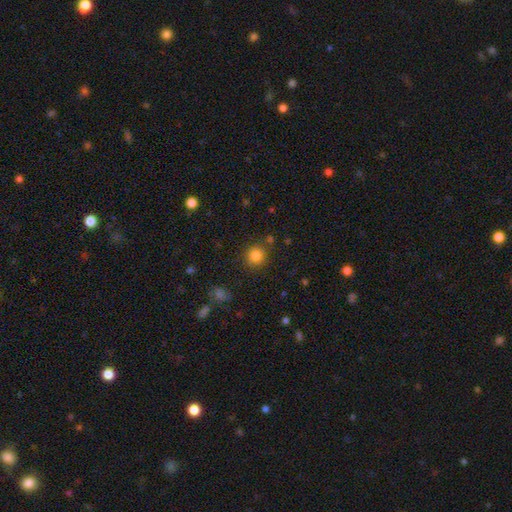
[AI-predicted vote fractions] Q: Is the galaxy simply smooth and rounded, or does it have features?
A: smooth — 83%.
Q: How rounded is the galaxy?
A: round — 91%.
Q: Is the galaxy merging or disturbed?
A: none — 86%.